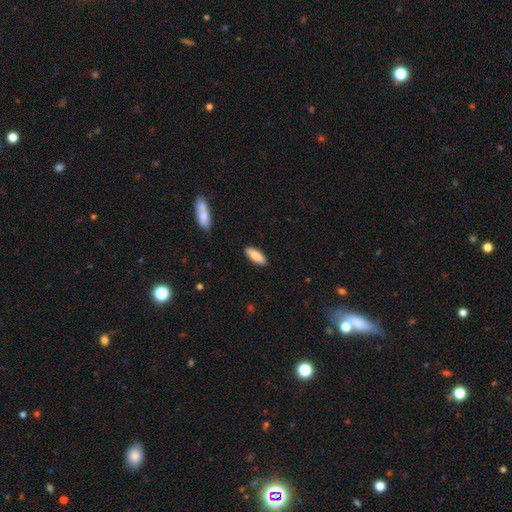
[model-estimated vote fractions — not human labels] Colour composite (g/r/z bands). It shows a smooth galaxy with no disk features (81%) that is in between round and cigar-shaped (71%). Merging: none (88%).